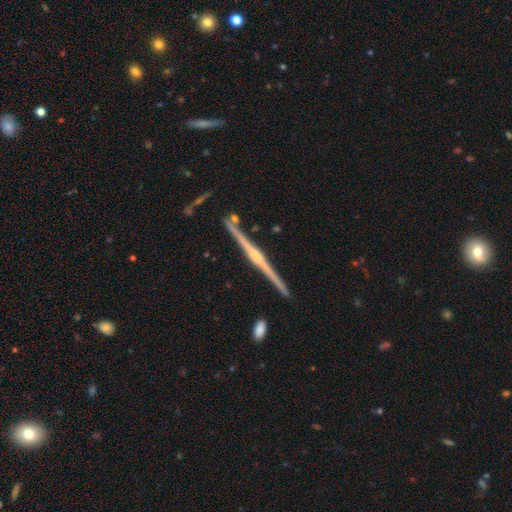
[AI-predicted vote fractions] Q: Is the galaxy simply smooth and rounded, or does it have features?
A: featured or disk — 88%.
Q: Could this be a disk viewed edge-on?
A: yes — 99%.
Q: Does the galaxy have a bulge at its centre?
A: rounded — 79%.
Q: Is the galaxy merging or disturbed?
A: none — 88%.